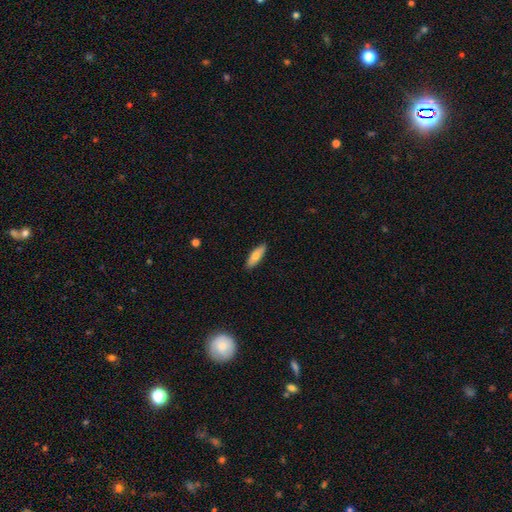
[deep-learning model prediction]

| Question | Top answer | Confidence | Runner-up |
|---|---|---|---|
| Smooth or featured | smooth | 76% | featured or disk (18%) |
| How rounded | in between | 52% | cigar-shaped (46%) |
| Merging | none | 89% | minor disturbance (8%) |